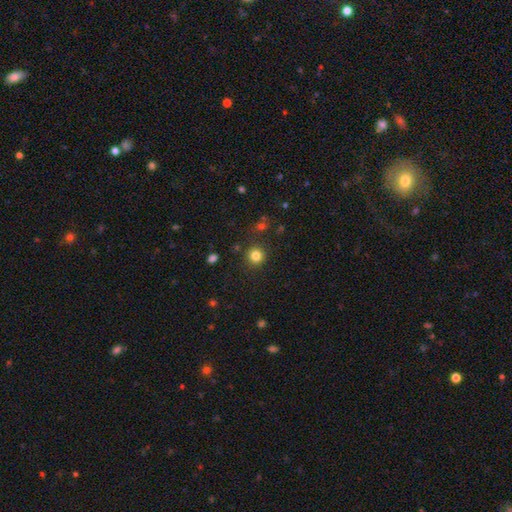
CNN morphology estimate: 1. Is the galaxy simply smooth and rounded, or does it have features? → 82% smooth, 13% star or artifact, 5% featured or disk.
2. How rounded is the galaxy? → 93% round, 6% in between, 1% cigar-shaped.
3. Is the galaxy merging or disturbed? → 88% none, 7% minor disturbance, 3% major disturbance, 3% merger.